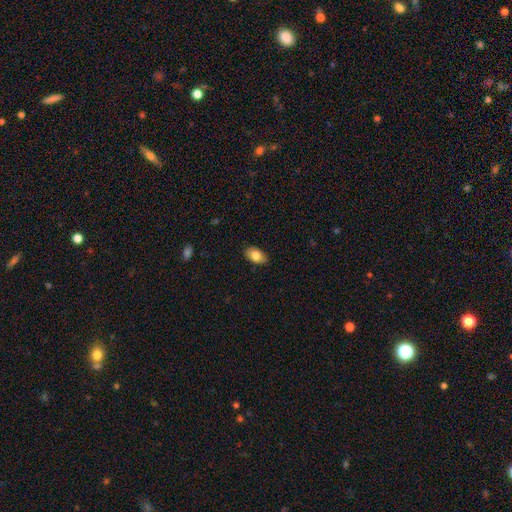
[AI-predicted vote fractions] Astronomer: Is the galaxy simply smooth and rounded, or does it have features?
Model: smooth — 84%.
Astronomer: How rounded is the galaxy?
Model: in between — 91%.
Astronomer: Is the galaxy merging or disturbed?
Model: none — 85%.